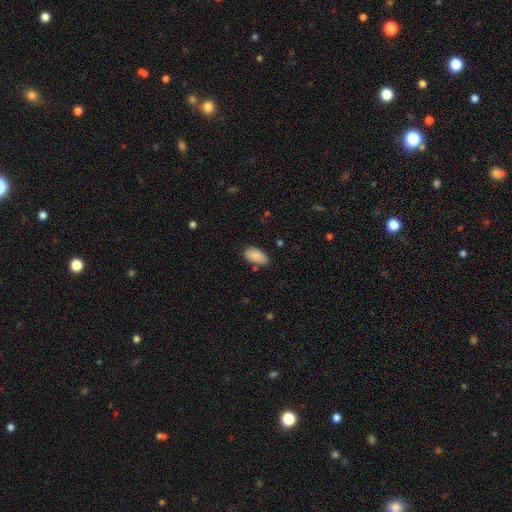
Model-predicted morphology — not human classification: Smooth or featured? smooth (88%)
How rounded? in between (94%)
Merging? none (78%)